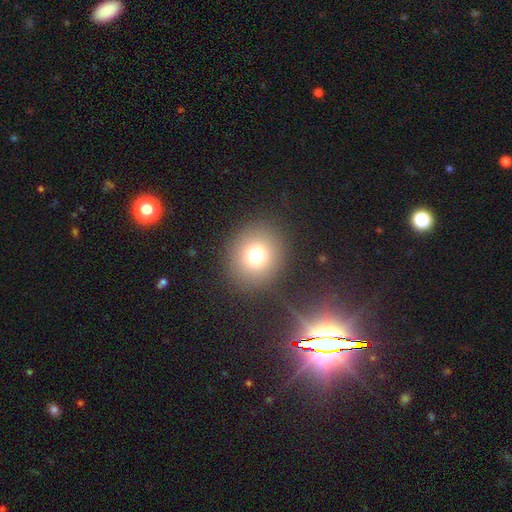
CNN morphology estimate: This is likely a smooth galaxy (74%). How rounded: clearly round (82%). Merging: clearly none (86%).